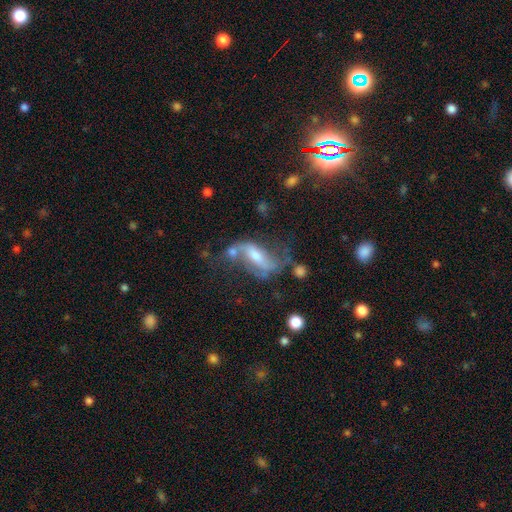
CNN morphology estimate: type=featured or disk (74%); edge-on=no (90%); bar=strong (38%); spiral arms=yes (86%); winding=loose (67%); arm count=2 (85%); bulge=moderate (49%); merging=none (41%).